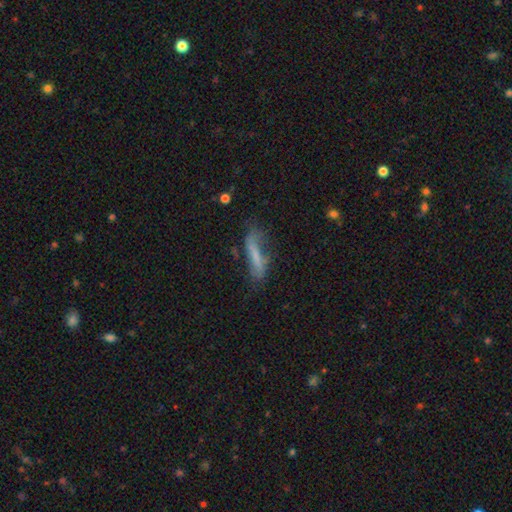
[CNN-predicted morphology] The model was most divided on "smooth or featured": smooth: 52%, featured or disk: 39%, star or artifact: 9%. More confident: how rounded — cigar-shaped (76%); merging — none (50%).